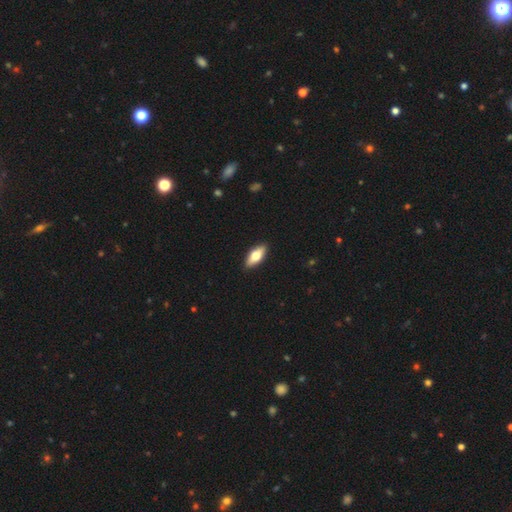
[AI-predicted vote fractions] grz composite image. It shows a smooth galaxy with no disk features (66%) that is in between round and cigar-shaped (78%). Merging: none (91%).